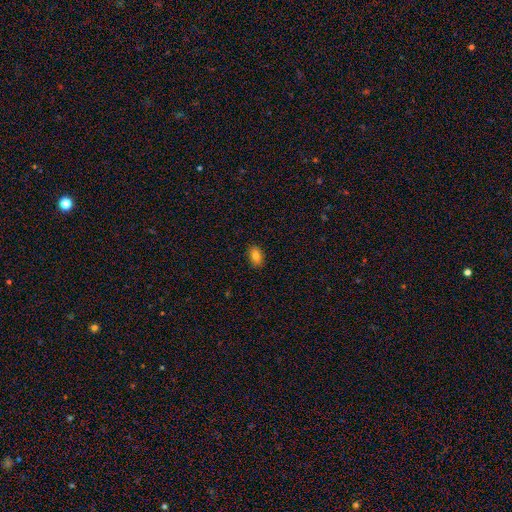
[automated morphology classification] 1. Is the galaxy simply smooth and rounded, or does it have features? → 80% smooth, 11% featured or disk, 9% star or artifact.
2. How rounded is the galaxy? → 86% in between, 12% round, 2% cigar-shaped.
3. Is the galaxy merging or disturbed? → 87% none, 10% minor disturbance, 2% major disturbance, 1% merger.